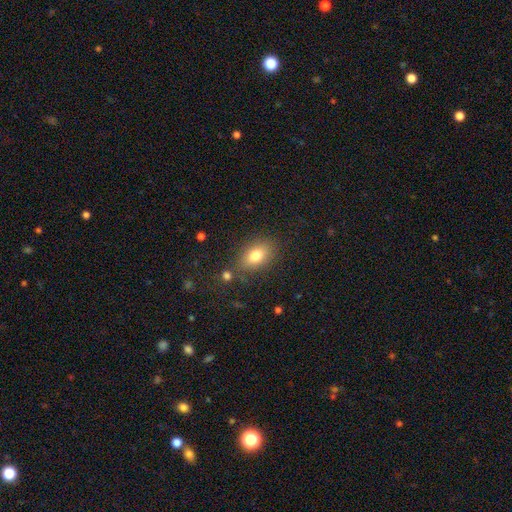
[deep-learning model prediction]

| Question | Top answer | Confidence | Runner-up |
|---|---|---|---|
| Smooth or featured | smooth | 78% | featured or disk (12%) |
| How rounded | in between | 81% | round (16%) |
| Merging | none | 78% | minor disturbance (13%) |